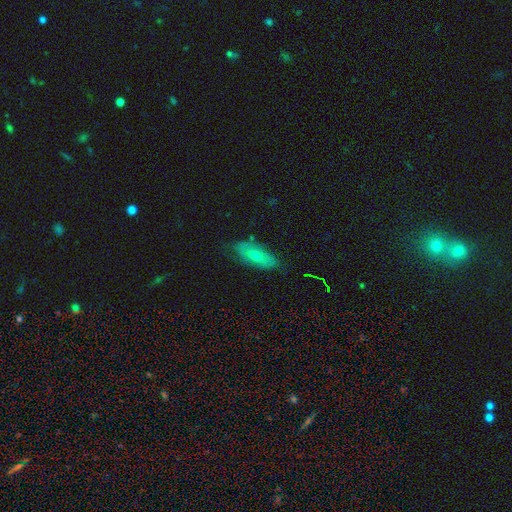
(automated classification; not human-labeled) A smooth galaxy with no disk features (54%) that is in between round and cigar-shaped (76%).

Vote fractions:
- Smooth or featured? smooth: 54% / featured or disk: 36% / star or artifact: 10%
- How rounded? in between: 76% / cigar-shaped: 21% / round: 3%
- Merging? none: 72% / minor disturbance: 21% / major disturbance: 4% / merger: 2%